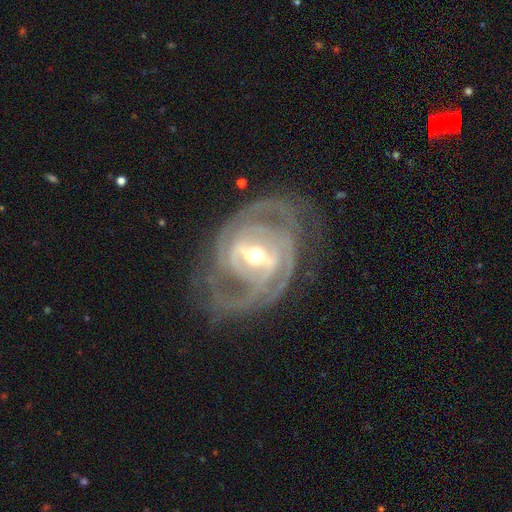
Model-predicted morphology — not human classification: Smooth or featured: featured or disk — 91% (star or artifact — 5%)
Edge-on disk: no — 96% (yes — 4%)
Bar: strong — 53% (weak — 36%)
Spiral arms: yes — 96% (no — 4%)
Spiral winding: tight — 57% (medium — 35%)
Spiral arm count: 2 — 38% (3 — 29%)
Bulge size: moderate — 62% (small — 32%)
Merging: none — 71% (minor disturbance — 17%)